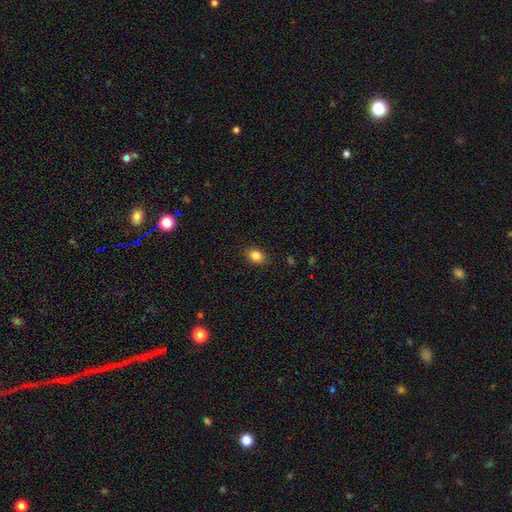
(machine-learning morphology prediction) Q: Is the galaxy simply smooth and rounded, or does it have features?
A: smooth — 84%.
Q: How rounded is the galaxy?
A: in between — 69%.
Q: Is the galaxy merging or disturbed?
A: none — 88%.